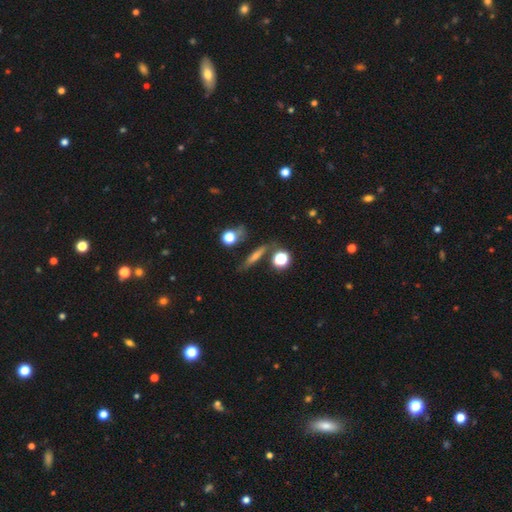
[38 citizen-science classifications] This is possibly a featured or disk galaxy (55%). It is clearly viewed edge-on (90%). Edge-on bulge: likely none (63%). Merging: likely none (77%).